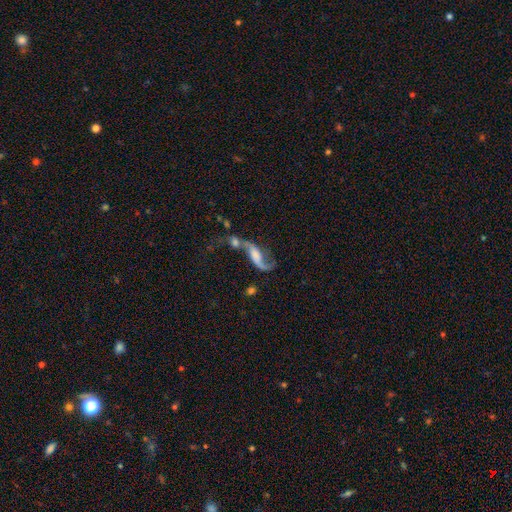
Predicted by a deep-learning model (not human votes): smooth-or-featured: featured or disk: 70% | smooth: 21% | star or artifact: 9%
  disk-edge-on: no: 90% | yes: 10%
    bar: no: 51% | weak: 33% | strong: 15%
    has-spiral-arms: yes: 85% | no: 15%
      spiral-winding: loose: 84% | medium: 13% | tight: 3%
      spiral-arm-count: 2: 68% | 1: 25% | can't tell: 4% | 3: 1% | 4: 1% | more than 4: 1%
    bulge-size: none: 32% | moderate: 25% | small: 20% | large: 19% | dominant: 4%
  merging: merger: 52% | none: 21% | major disturbance: 18% | minor disturbance: 9%